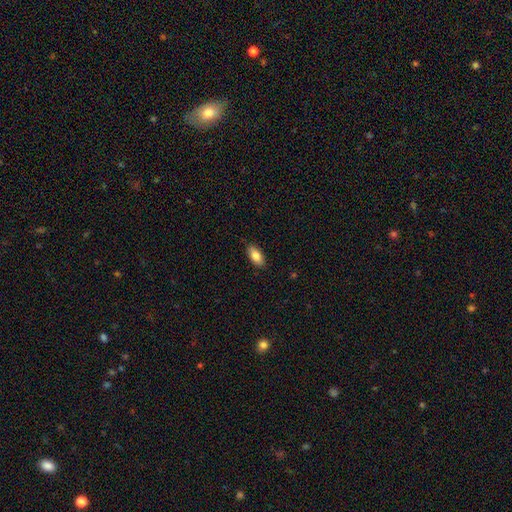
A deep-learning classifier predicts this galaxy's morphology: Q: Smooth or featured?
A: smooth (84%); runner-up: featured or disk (9%)
Q: How rounded?
A: in between (90%); runner-up: cigar-shaped (7%)
Q: Merging?
A: none (87%); runner-up: minor disturbance (11%)